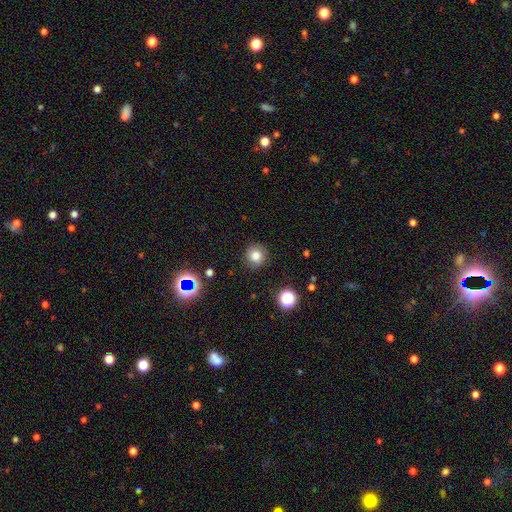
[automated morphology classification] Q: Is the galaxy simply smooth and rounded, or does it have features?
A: smooth — 78%.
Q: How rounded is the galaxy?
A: round — 92%.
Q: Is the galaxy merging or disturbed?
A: none — 87%.